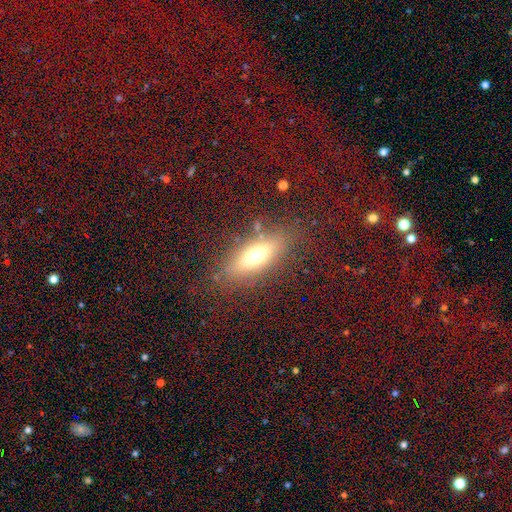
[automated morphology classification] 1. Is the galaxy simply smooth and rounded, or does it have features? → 57% smooth, 32% featured or disk, 11% star or artifact.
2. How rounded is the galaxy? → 61% in between, 35% cigar-shaped, 4% round.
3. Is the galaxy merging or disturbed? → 79% none, 13% minor disturbance, 5% major disturbance, 3% merger.